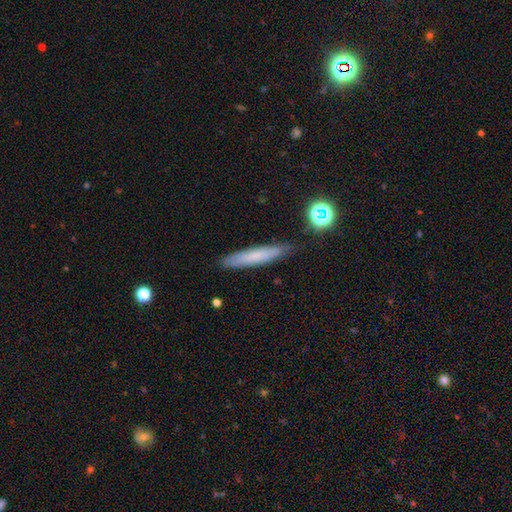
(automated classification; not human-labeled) Smooth or featured: smooth — 67% (featured or disk — 24%)
How rounded: cigar-shaped — 90% (in between — 8%)
Merging: none — 86% (minor disturbance — 10%)